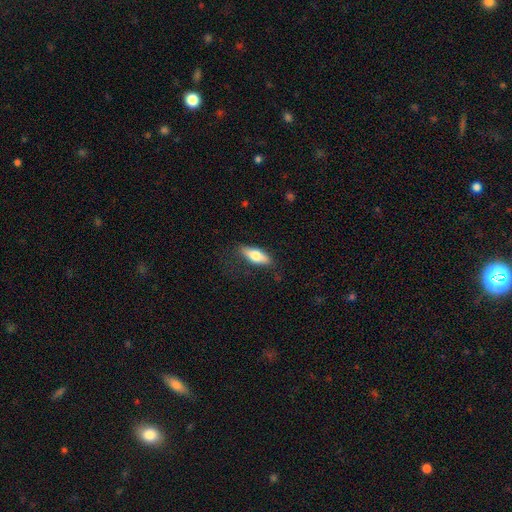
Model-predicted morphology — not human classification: Smooth or featured?
  - smooth: 65% *
  - featured or disk: 29%
  - star or artifact: 6%
How rounded?
  - in between: 67% *
  - cigar-shaped: 30%
  - round: 3%
Merging?
  - none: 78% *
  - minor disturbance: 16%
  - major disturbance: 5%
  - merger: 1%